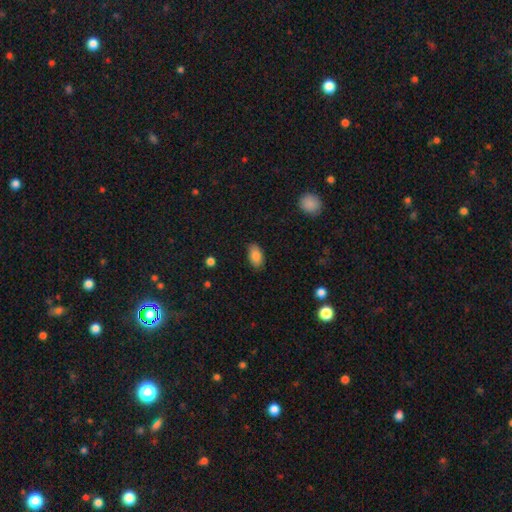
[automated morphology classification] Smooth or featured? Predicted: smooth (p=0.84). How rounded? Predicted: in between (p=0.92). Merging? Predicted: none (p=0.84).